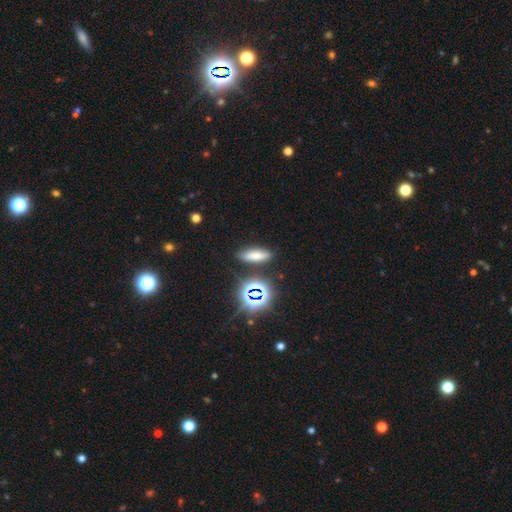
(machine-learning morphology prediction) smooth_or_featured: smooth (p=0.63) [alt: star or artifact p=0.23]
how_rounded: in between (p=0.50) [alt: cigar-shaped p=0.41]
merging: none (p=0.83) [alt: minor disturbance p=0.10]